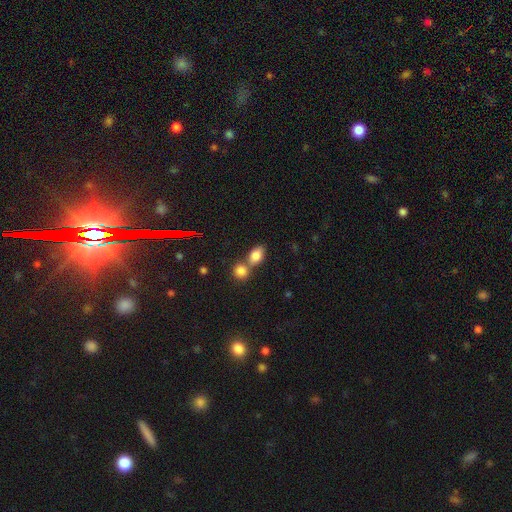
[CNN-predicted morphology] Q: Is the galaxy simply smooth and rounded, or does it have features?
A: smooth — 82%.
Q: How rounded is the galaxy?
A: in between — 77%.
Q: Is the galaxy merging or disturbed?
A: merger — 47%.